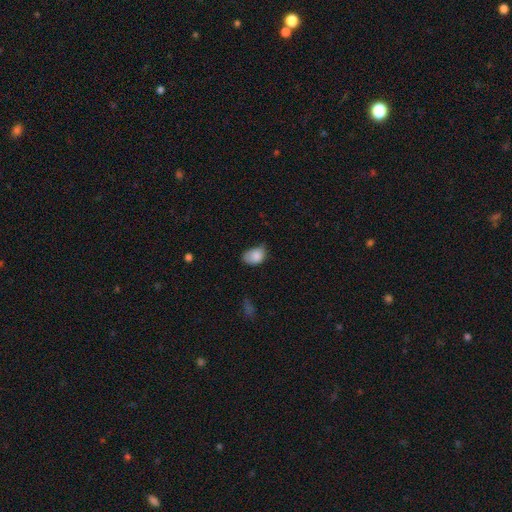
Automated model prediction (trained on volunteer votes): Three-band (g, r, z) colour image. It shows a smooth galaxy with no disk features (84%) that is in between round and cigar-shaped (75%). Merging: minor disturbance (47%).